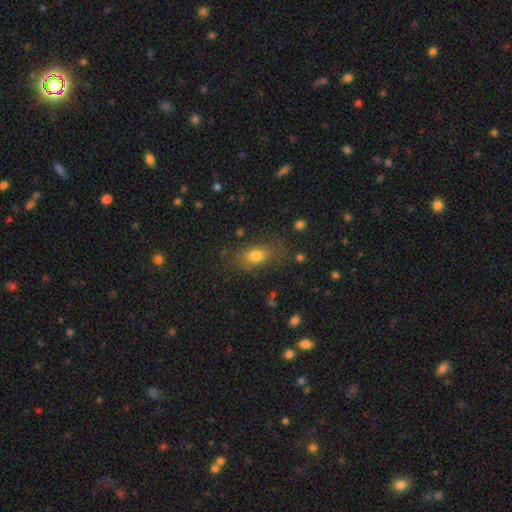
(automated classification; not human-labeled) A smooth galaxy with no disk features (76%) that is in between round and cigar-shaped (75%). Merging: none (72%).